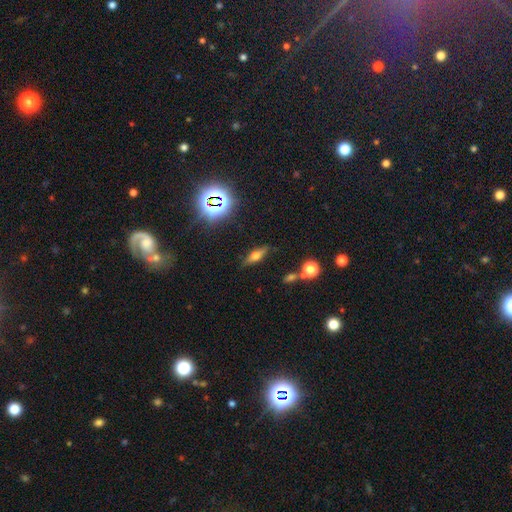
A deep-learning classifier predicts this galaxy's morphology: featured or disk 46%, smooth 39%, star or artifact 16%. Down the decision tree: merging — none (83%).